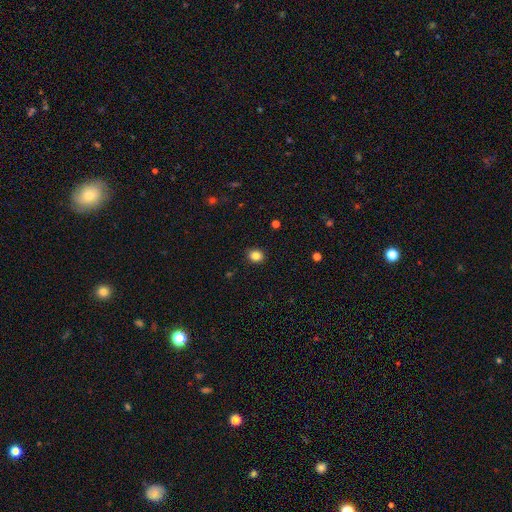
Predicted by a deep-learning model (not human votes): Smooth or featured? smooth (85%)
How rounded? round (68%)
Merging? none (90%)